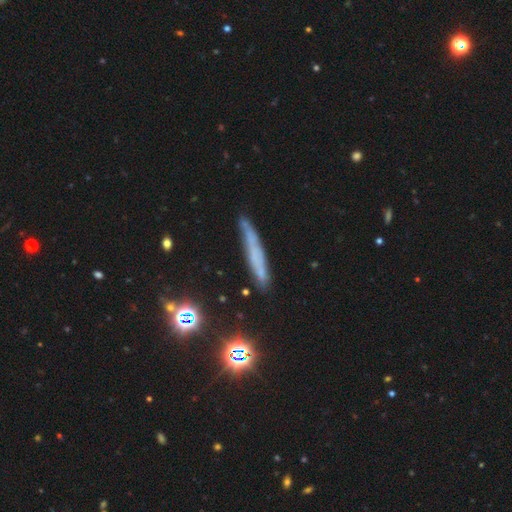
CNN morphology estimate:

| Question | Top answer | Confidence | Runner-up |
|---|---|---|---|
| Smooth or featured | smooth | 45% | featured or disk (38%) |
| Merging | none | 76% | minor disturbance (17%) |